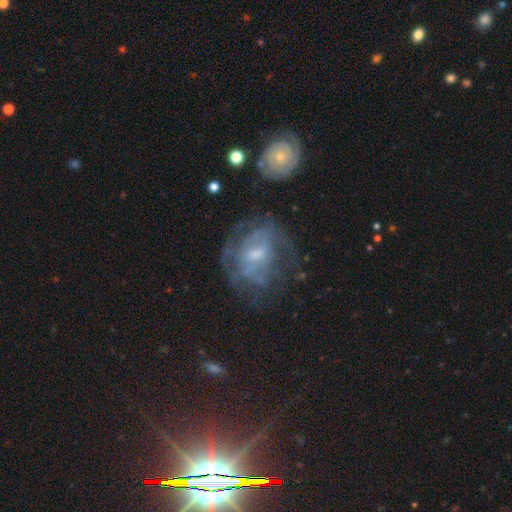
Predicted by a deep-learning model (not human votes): featured or disk 63%, smooth 19%, star or artifact 18%. Down the decision tree: edge-on disk — no (95%); bar — no (48%); spiral arms — yes (63%); bulge size — small (55%); merging — none (60%).